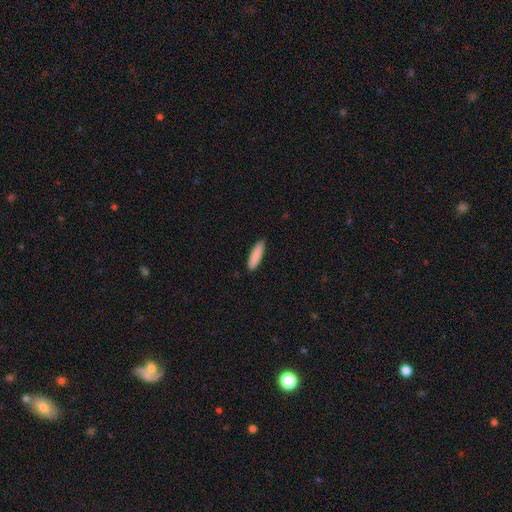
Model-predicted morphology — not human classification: Smooth or featured? smooth (88%)
How rounded? cigar-shaped (73%)
Merging? none (88%)